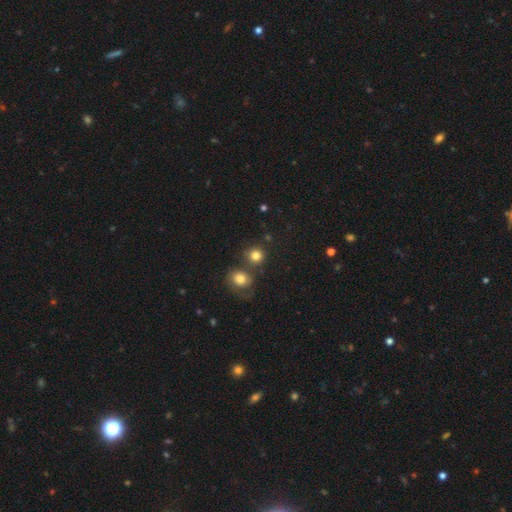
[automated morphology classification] smooth-or-featured: smooth: 81% | star or artifact: 11% | featured or disk: 8%
  how-rounded: round: 87% | in between: 12% | cigar-shaped: 1%
  merging: none: 62% | merger: 25% | minor disturbance: 9% | major disturbance: 4%